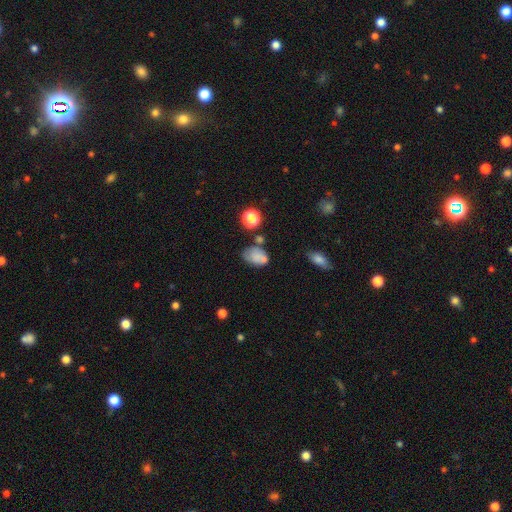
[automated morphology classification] Smooth or featured? Predicted: smooth (p=0.73). How rounded? Predicted: in between (p=0.76). Merging? Predicted: none (p=0.45).